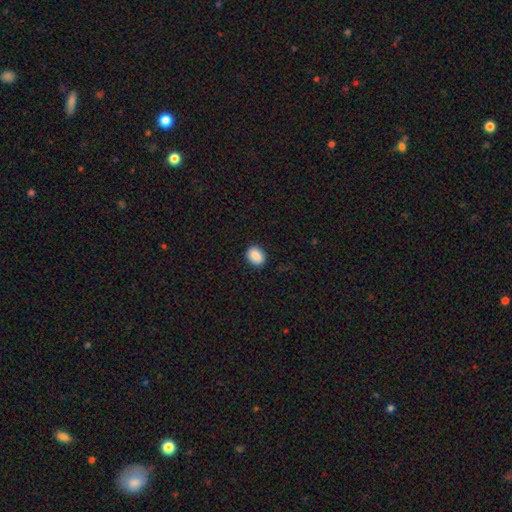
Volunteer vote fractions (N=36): Q: Smooth or featured?
A: smooth (94%); runner-up: featured or disk (3%)
Q: How rounded?
A: in between (71%); runner-up: round (29%)
Q: Merging?
A: none (80%); runner-up: minor disturbance (11%)